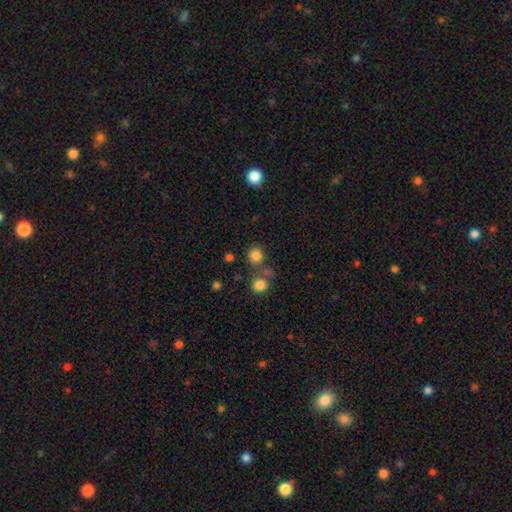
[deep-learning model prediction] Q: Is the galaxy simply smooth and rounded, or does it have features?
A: smooth — 81%.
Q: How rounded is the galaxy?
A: round — 90%.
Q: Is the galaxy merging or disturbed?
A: none — 65%.